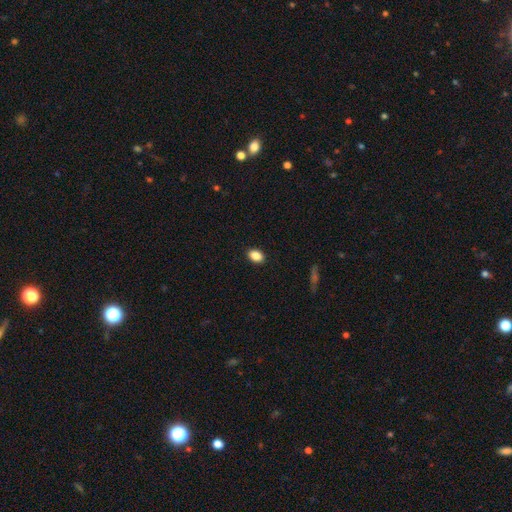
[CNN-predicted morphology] type=smooth (87%); roundness=in between (81%); merging=none (90%).